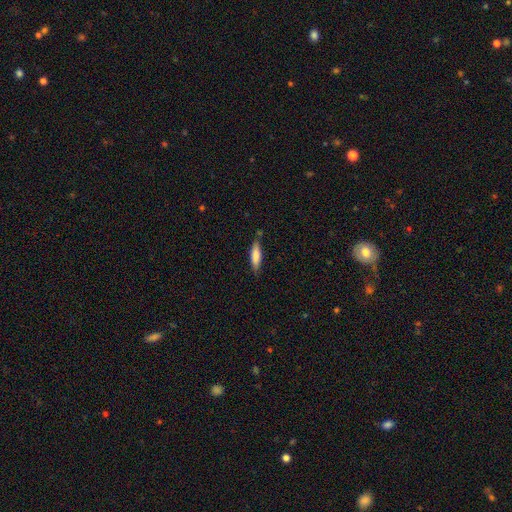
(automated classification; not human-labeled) Smooth or featured? smooth (80%)
How rounded? cigar-shaped (62%)
Merging? none (76%)